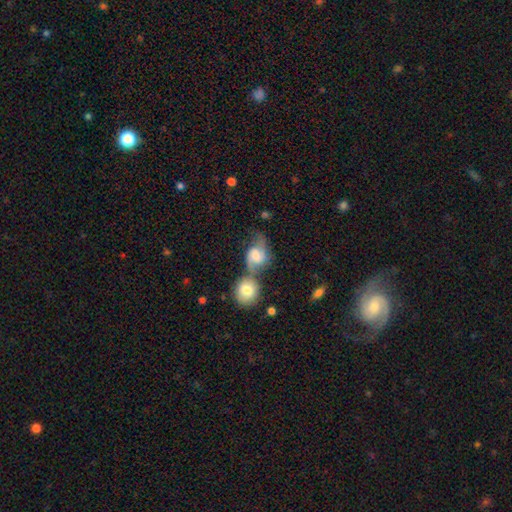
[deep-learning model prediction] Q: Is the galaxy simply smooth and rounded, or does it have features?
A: featured or disk — 59%.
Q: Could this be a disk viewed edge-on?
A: no — 96%.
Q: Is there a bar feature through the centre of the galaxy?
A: no — 51%.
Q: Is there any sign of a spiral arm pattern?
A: yes — 88%.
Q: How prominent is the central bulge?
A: moderate — 38%.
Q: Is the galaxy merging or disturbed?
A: merger — 45%.